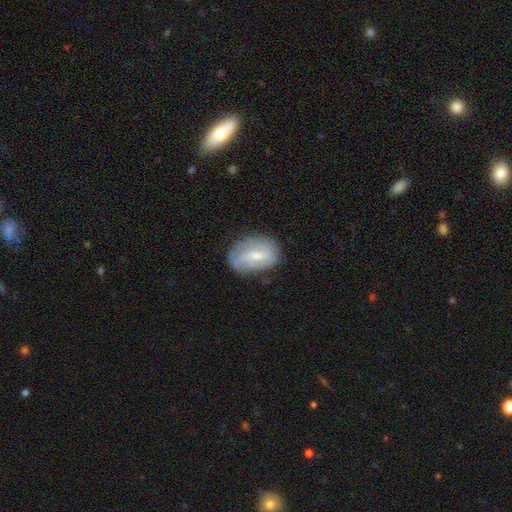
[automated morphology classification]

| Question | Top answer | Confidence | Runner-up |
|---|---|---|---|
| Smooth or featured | featured or disk | 61% | smooth (33%) |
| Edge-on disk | no | 96% | yes (4%) |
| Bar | weak | 53% | no (25%) |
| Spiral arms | yes | 73% | no (27%) |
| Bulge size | small | 49% | moderate (45%) |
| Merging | none | 67% | minor disturbance (23%) |